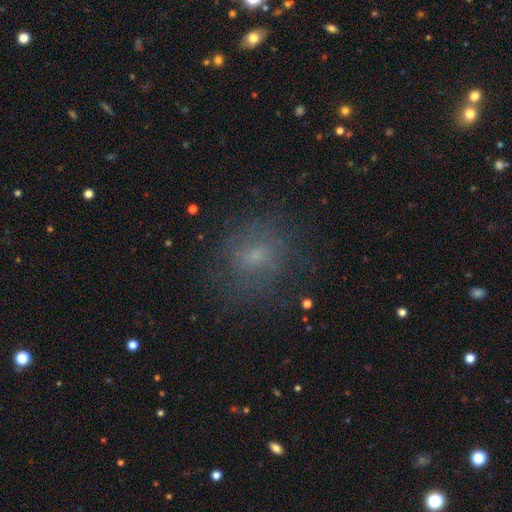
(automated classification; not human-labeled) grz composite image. It shows a smooth galaxy with no disk features (54%) that is round (71%). Merging: none (74%).